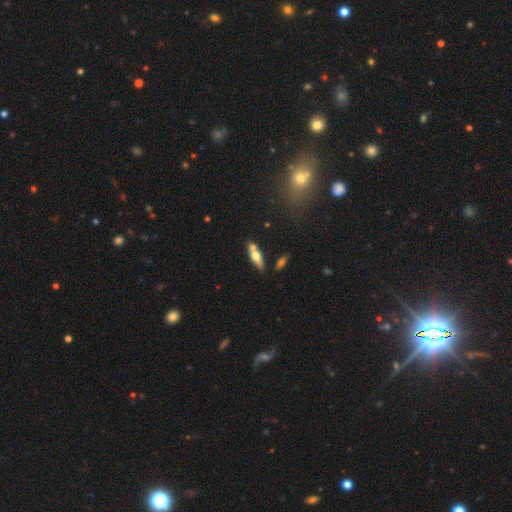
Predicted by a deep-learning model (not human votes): Morphology: type=smooth (48%); merging=none (59%).